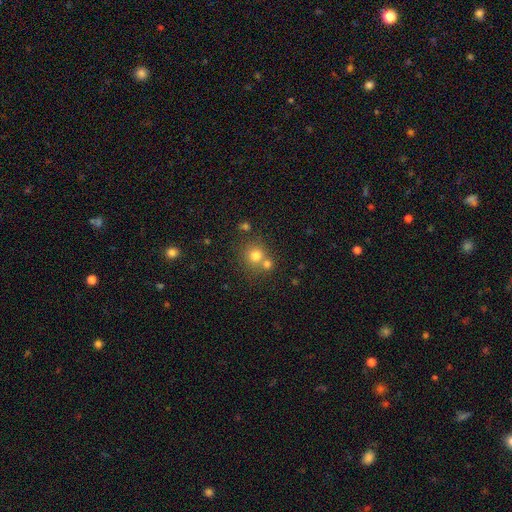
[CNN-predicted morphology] Smooth or featured?
  - smooth: 76% *
  - star or artifact: 14%
  - featured or disk: 10%
How rounded?
  - round: 89% *
  - in between: 10%
  - cigar-shaped: 1%
Merging?
  - none: 56% *
  - merger: 34%
  - minor disturbance: 7%
  - major disturbance: 3%